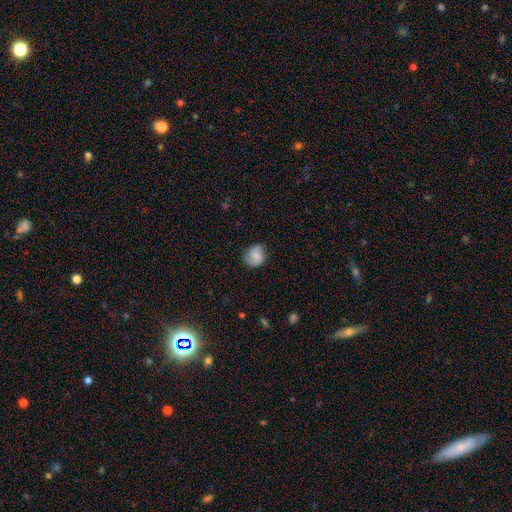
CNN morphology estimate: This appears to be a smooth galaxy with no disk features (59%) that is round (73%). Merging: none (67%).